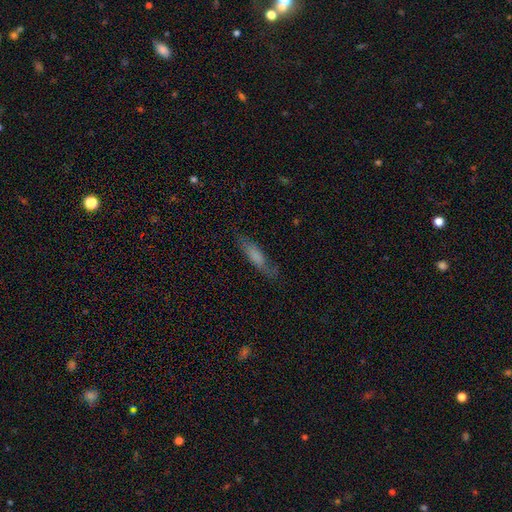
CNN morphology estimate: Smooth or featured: smooth — 63% (featured or disk — 28%)
How rounded: cigar-shaped — 70% (in between — 28%)
Merging: none — 71% (minor disturbance — 20%)